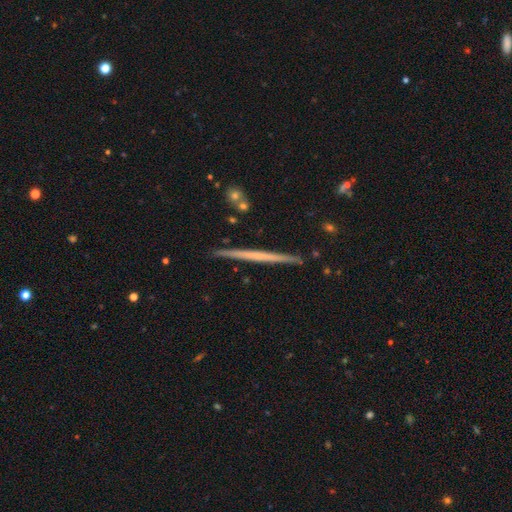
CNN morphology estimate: type=featured or disk (60%); edge-on=yes (98%); edge-on bulge=none (89%); merging=none (91%).